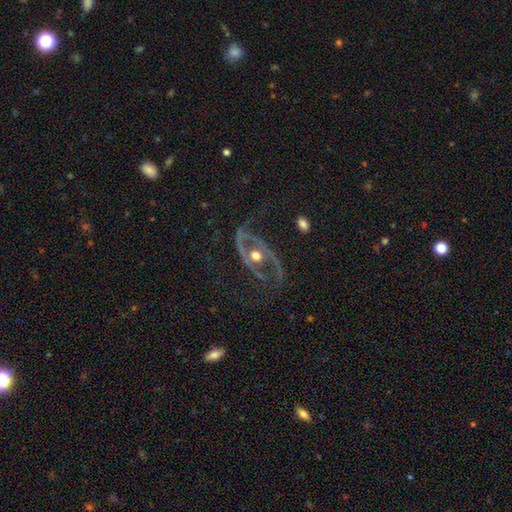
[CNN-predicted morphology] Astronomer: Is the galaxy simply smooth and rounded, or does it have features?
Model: featured or disk — 85%.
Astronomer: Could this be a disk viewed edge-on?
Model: no — 93%.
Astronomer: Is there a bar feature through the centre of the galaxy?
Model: no — 66%.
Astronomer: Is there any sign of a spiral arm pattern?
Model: yes — 79%.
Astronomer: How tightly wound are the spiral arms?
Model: loose — 42% (runner-up: medium, 41%).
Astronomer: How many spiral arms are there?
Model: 2 — 84%.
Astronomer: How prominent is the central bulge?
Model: moderate — 78%.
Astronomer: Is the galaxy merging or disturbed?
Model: none — 55%.